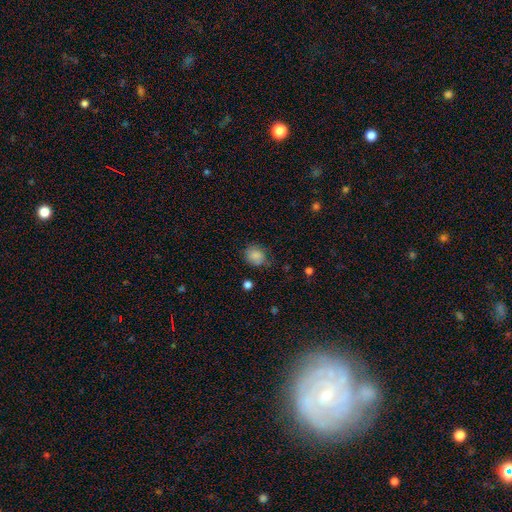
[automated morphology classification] Overall: smooth (83%). How rounded: round (68%; in between 31%). Merging: none (70%).